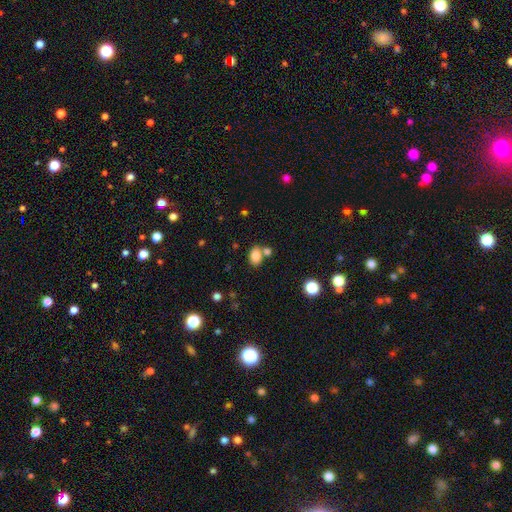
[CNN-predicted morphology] Q: Smooth or featured?
A: smooth (83%); runner-up: star or artifact (11%)
Q: How rounded?
A: in between (74%); runner-up: round (25%)
Q: Merging?
A: none (57%); runner-up: merger (27%)